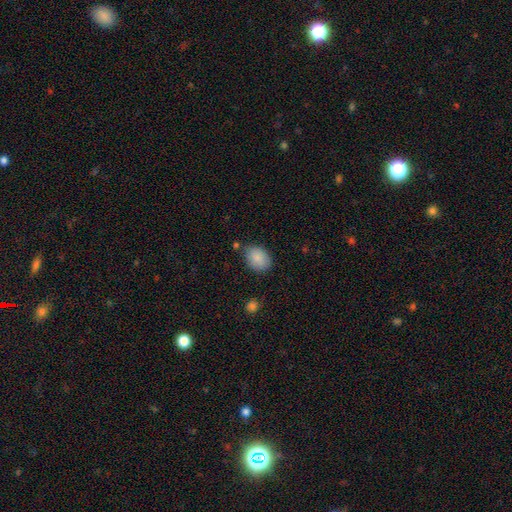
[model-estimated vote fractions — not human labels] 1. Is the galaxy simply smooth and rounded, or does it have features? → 88% smooth, 7% star or artifact, 5% featured or disk.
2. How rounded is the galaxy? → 73% in between, 26% round, 1% cigar-shaped.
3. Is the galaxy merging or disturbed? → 78% none, 15% minor disturbance, 3% merger, 3% major disturbance.